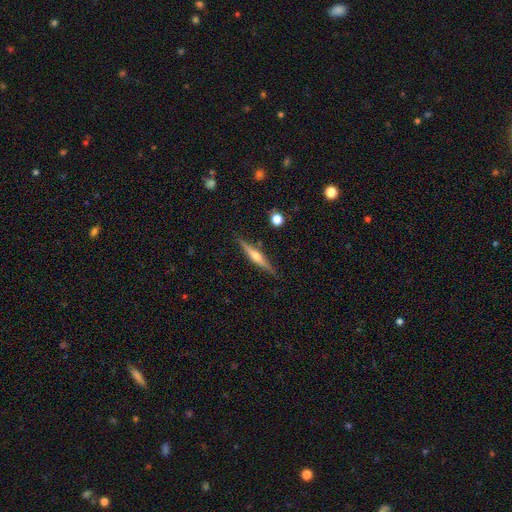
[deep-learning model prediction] A featured or disk galaxy (65%) viewed edge-on (97%) with a rounded central bulge (82%).

Vote fractions:
- Smooth or featured? featured or disk: 65% / smooth: 29% / star or artifact: 7%
- Edge-on disk? yes: 97% / no: 3%
- Edge-on bulge? rounded: 82% / none: 11% / boxy: 8%
- Merging? none: 86% / minor disturbance: 10% / merger: 2% / major disturbance: 2%